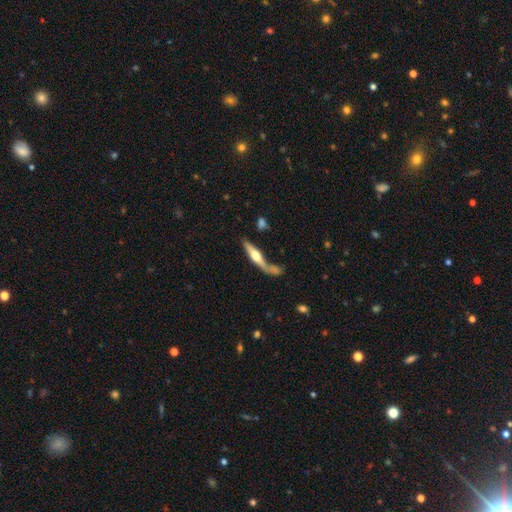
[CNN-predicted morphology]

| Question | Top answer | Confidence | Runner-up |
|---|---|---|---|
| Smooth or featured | featured or disk | 58% | smooth (37%) |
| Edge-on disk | yes | 92% | no (8%) |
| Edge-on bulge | rounded | 91% | boxy (5%) |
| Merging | none | 50% | merger (25%) |